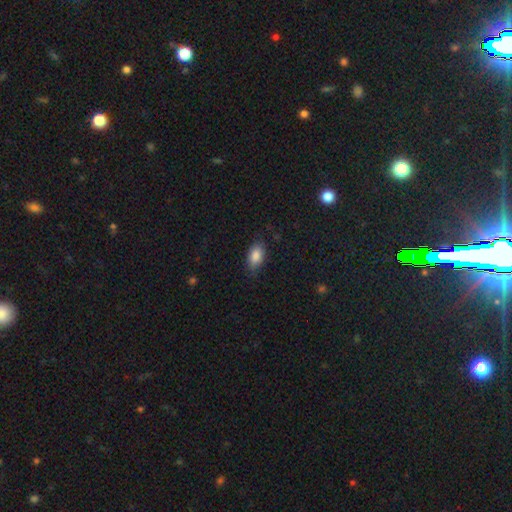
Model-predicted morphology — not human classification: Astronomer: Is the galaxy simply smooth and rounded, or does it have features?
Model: smooth — 85%.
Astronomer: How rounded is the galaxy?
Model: in between — 91%.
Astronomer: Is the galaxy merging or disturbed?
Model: none — 76%.